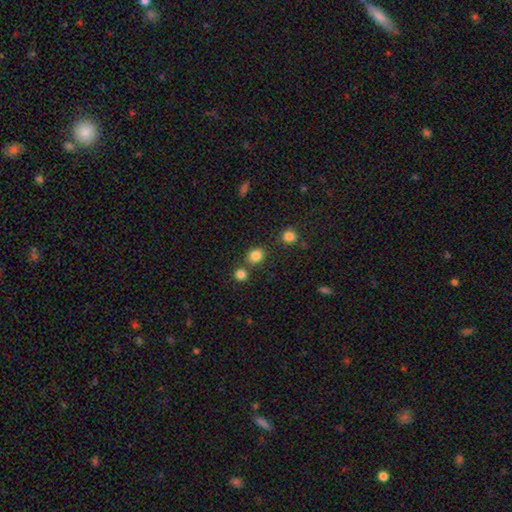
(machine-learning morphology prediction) This is clearly a smooth galaxy (83%). How rounded: likely round (75%). Merging: likely none (73%).